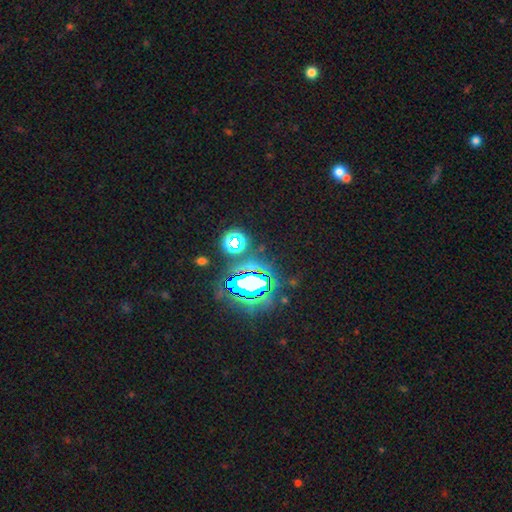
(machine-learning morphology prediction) Overall: star or artifact (79%).